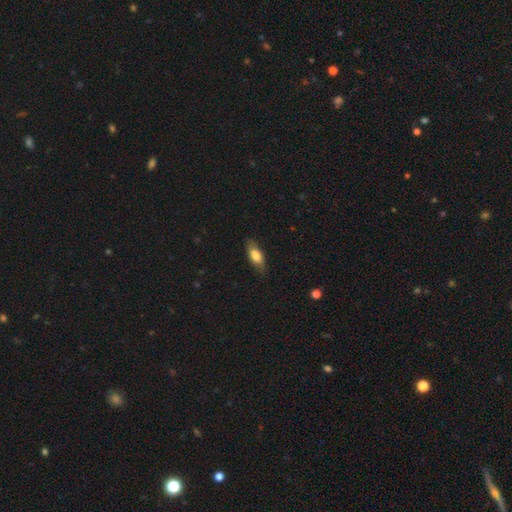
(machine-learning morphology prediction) Q: Smooth or featured?
A: smooth (73%); runner-up: featured or disk (20%)
Q: How rounded?
A: in between (77%); runner-up: cigar-shaped (20%)
Q: Merging?
A: none (79%); runner-up: minor disturbance (17%)